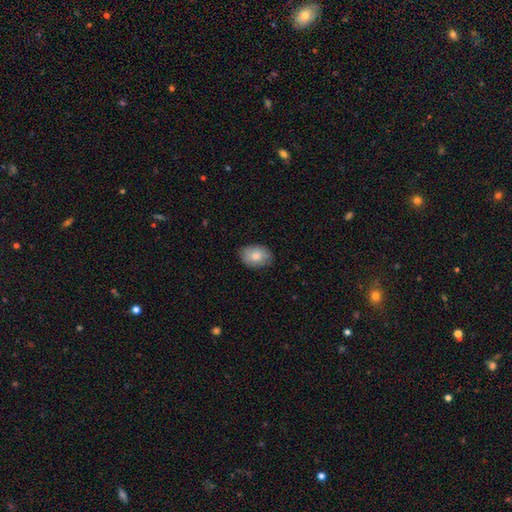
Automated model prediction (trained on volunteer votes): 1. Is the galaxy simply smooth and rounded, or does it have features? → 78% smooth, 16% featured or disk, 7% star or artifact.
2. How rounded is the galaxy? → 78% in between, 21% round, 1% cigar-shaped.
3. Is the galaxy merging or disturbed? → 81% none, 15% minor disturbance, 3% major disturbance, 1% merger.